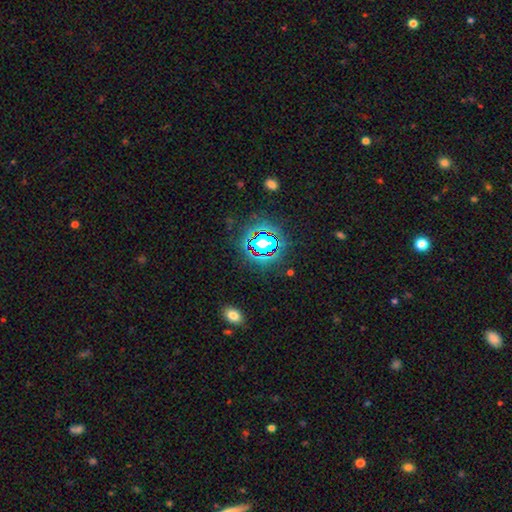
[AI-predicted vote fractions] Smooth or featured?
  - star or artifact: 79% *
  - smooth: 12%
  - featured or disk: 9%